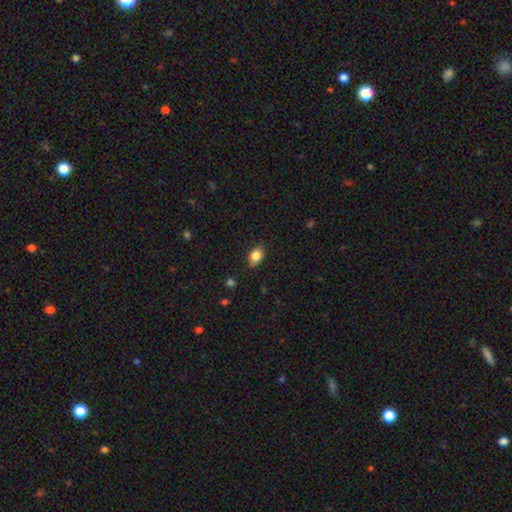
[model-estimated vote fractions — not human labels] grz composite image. It shows a smooth galaxy with no disk features (82%) that is in between round and cigar-shaped (80%). Merging: none (79%).